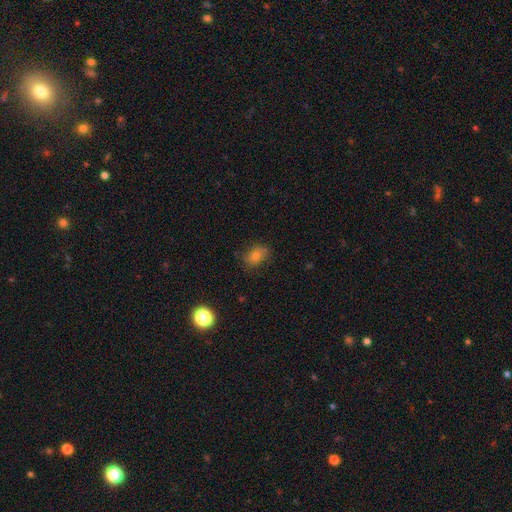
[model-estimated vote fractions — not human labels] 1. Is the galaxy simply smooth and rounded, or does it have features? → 72% smooth, 15% star or artifact, 13% featured or disk.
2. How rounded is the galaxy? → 65% in between, 34% round, 2% cigar-shaped.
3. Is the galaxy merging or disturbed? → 77% none, 18% minor disturbance, 4% major disturbance, 1% merger.